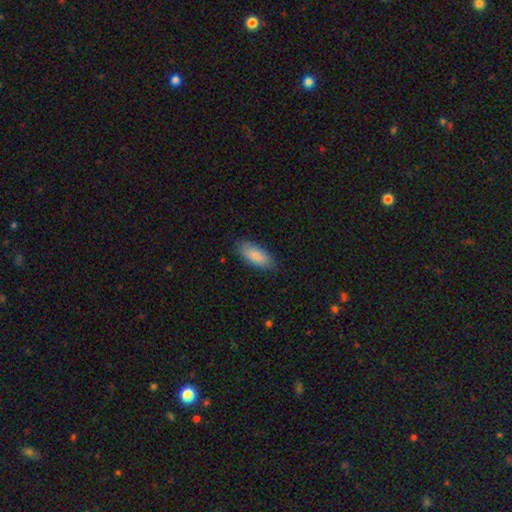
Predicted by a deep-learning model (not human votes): smooth-or-featured: smooth: 87% | featured or disk: 7% | star or artifact: 6%
  how-rounded: in between: 84% | cigar-shaped: 14% | round: 2%
  merging: none: 85% | minor disturbance: 11% | major disturbance: 2% | merger: 1%